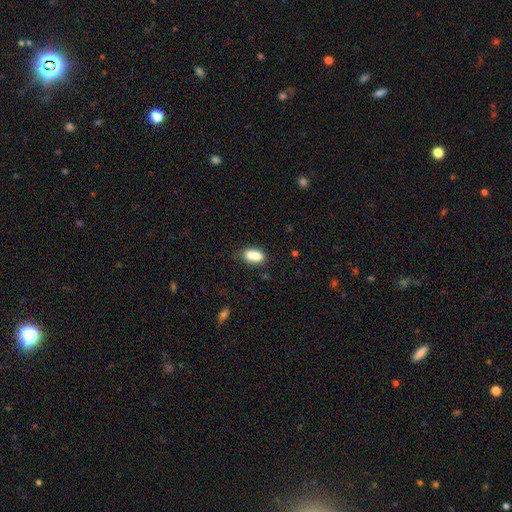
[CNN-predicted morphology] The model was most divided on "merging": none: 46%, merger: 27%, minor disturbance: 20%, major disturbance: 6%. More confident: how rounded — in between (84%); smooth or featured — smooth (78%).